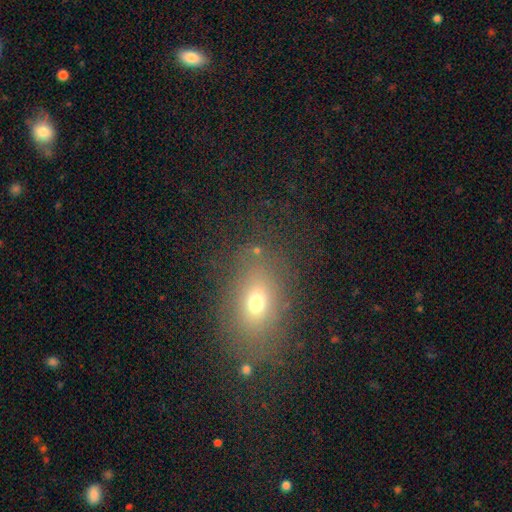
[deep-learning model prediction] A smooth galaxy with no disk features (65%) that is in between round and cigar-shaped (73%).

Vote fractions:
- Smooth or featured? smooth: 65% / star or artifact: 18% / featured or disk: 17%
- How rounded? in between: 73% / round: 24% / cigar-shaped: 3%
- Merging? none: 77% / minor disturbance: 14% / major disturbance: 7% / merger: 3%